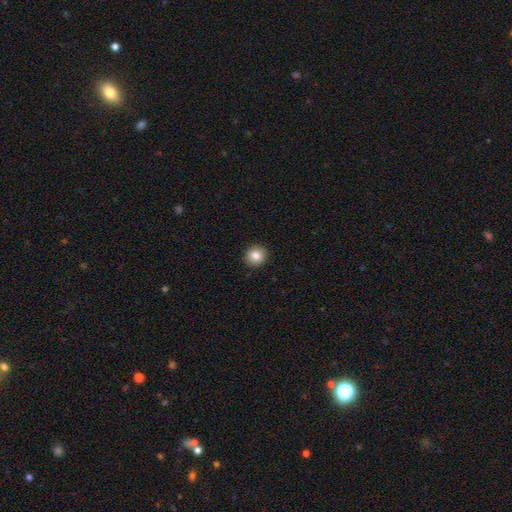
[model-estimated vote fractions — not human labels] Smooth or featured? smooth (83%)
How rounded? round (91%)
Merging? none (92%)